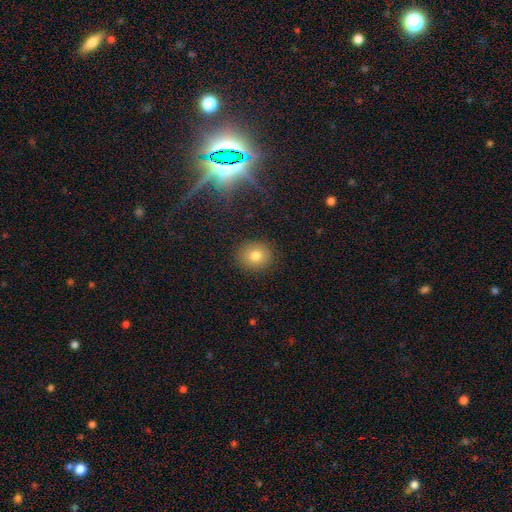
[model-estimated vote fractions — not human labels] Smooth or featured? Predicted: smooth (p=0.78). How rounded? Predicted: round (p=0.75). Merging? Predicted: none (p=0.89).